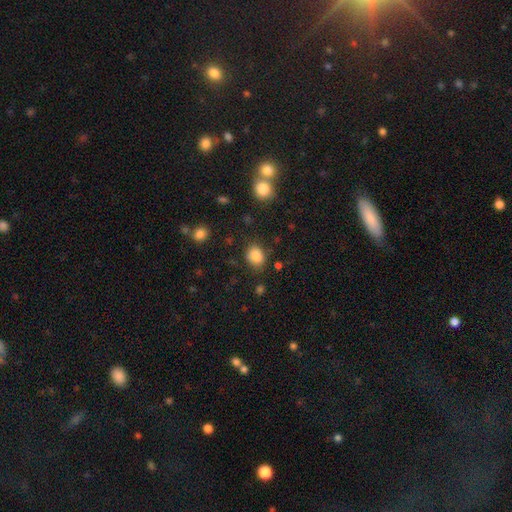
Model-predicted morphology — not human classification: A smooth galaxy with no disk features (85%) that is round (52%). Merging: none (79%).